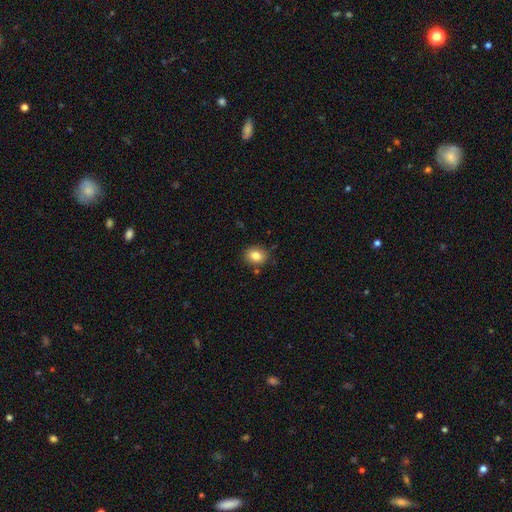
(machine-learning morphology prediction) This is clearly a smooth galaxy (83%). How rounded: possibly in between (52%). Merging: clearly none (83%).